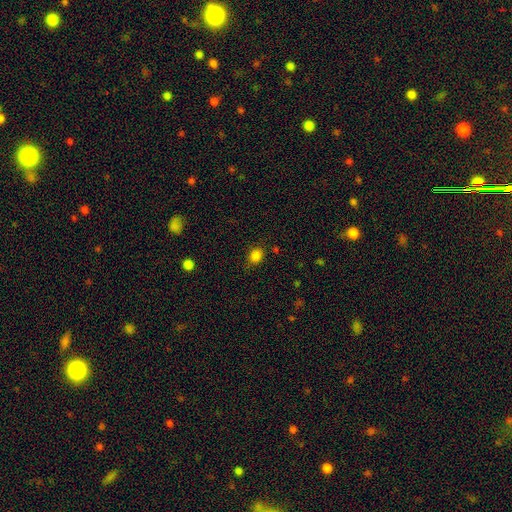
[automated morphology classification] This appears to be a smooth galaxy with no disk features (83%) that is round (58%). Merging: none (78%).